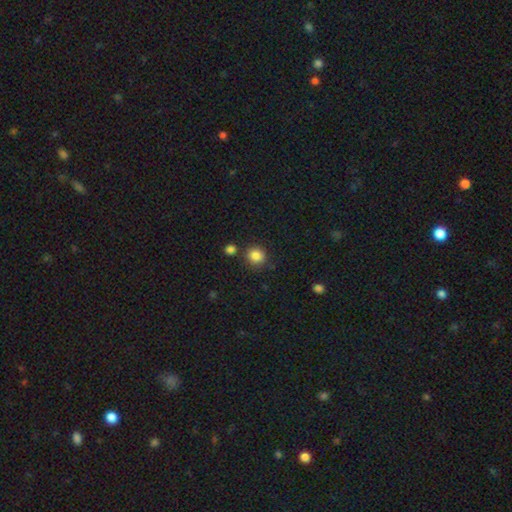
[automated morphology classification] Smooth or featured: smooth — 85% (star or artifact — 11%)
How rounded: round — 88% (in between — 11%)
Merging: none — 82% (minor disturbance — 9%)